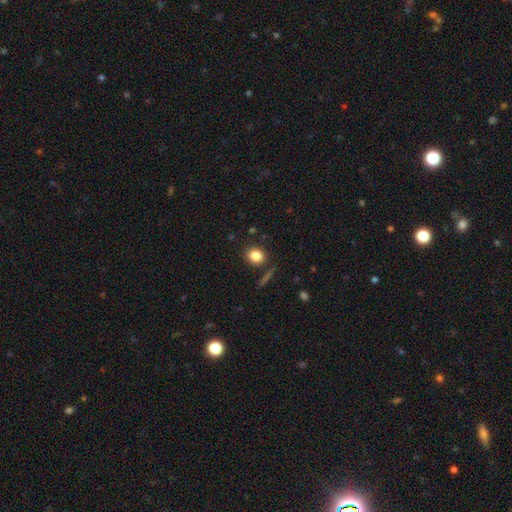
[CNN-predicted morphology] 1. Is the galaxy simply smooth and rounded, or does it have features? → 83% smooth, 10% star or artifact, 6% featured or disk.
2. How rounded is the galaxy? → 75% round, 24% in between, 1% cigar-shaped.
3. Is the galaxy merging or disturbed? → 85% none, 8% minor disturbance, 4% merger, 3% major disturbance.